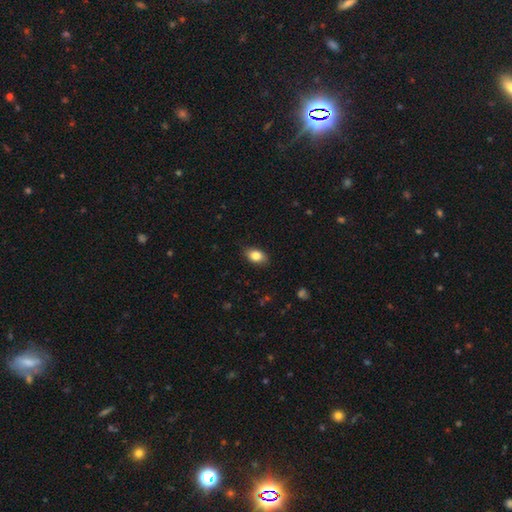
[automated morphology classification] smooth-or-featured: smooth: 83% | featured or disk: 9% | star or artifact: 8%
  how-rounded: in between: 87% | round: 11% | cigar-shaped: 2%
  merging: none: 84% | minor disturbance: 13% | major disturbance: 2% | merger: 1%